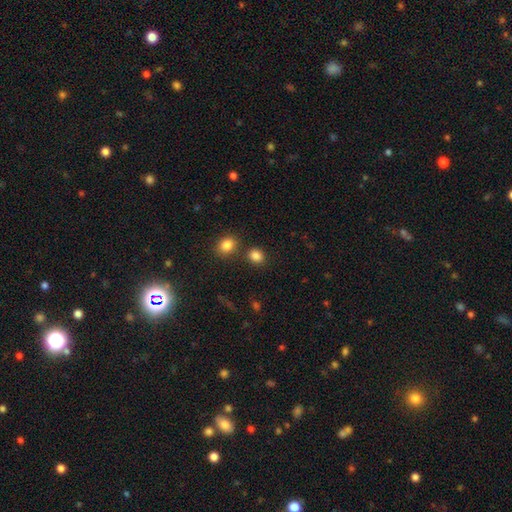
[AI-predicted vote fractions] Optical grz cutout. It shows a smooth galaxy with no disk features (84%) that is round (62%). Merging: none (75%).